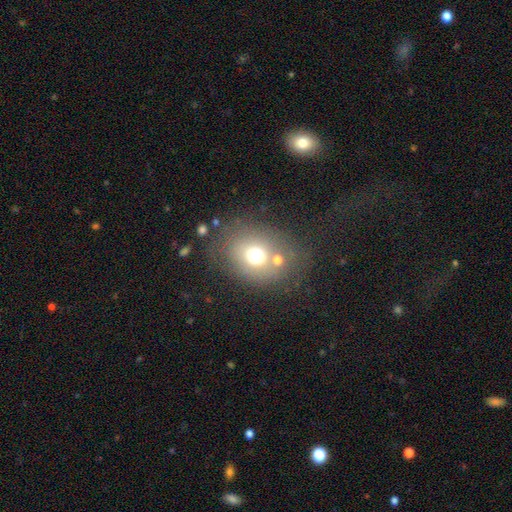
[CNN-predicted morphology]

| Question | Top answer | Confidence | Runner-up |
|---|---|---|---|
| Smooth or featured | smooth | 65% | featured or disk (17%) |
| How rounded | round | 59% | in between (40%) |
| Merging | none | 63% | merger (15%) |